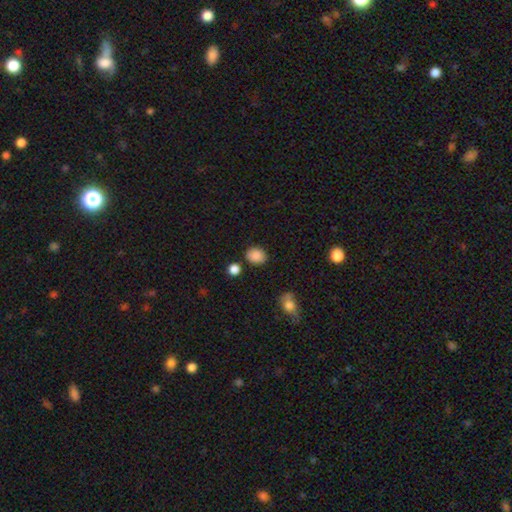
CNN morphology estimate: A smooth galaxy with no disk features (87%) that is round (51%). Merging: none (79%).